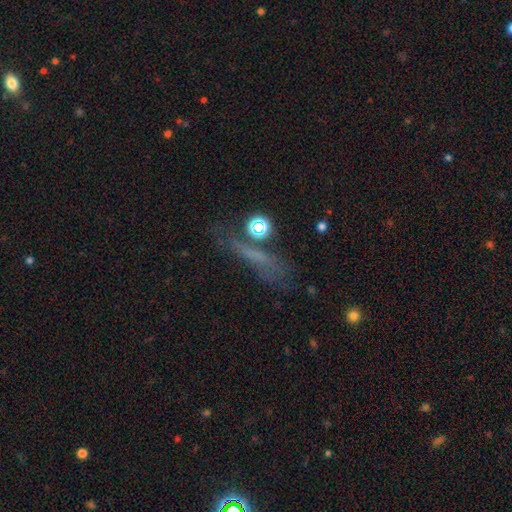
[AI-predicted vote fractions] This is marginally a smooth galaxy (45%). Merging: possibly none (50%).